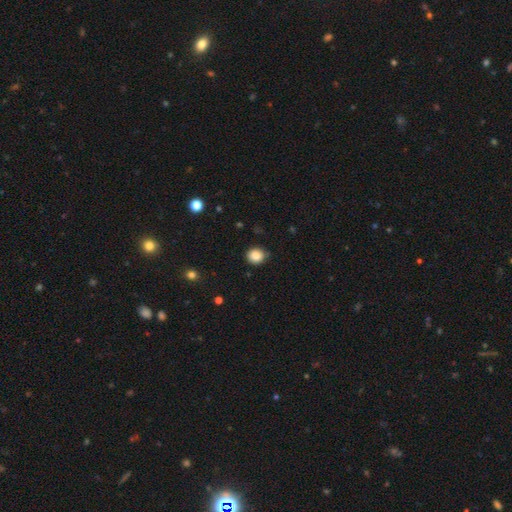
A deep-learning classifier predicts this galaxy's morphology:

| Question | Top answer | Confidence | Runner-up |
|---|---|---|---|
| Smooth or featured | smooth | 86% | star or artifact (10%) |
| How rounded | round | 82% | in between (17%) |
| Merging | none | 85% | minor disturbance (11%) |